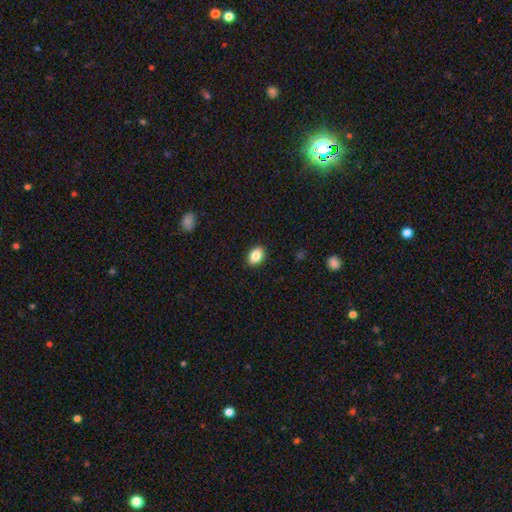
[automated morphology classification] Smooth or featured?
  - smooth: 85% *
  - star or artifact: 8%
  - featured or disk: 7%
How rounded?
  - in between: 84% *
  - round: 14%
  - cigar-shaped: 2%
Merging?
  - none: 89% *
  - minor disturbance: 8%
  - major disturbance: 2%
  - merger: 1%